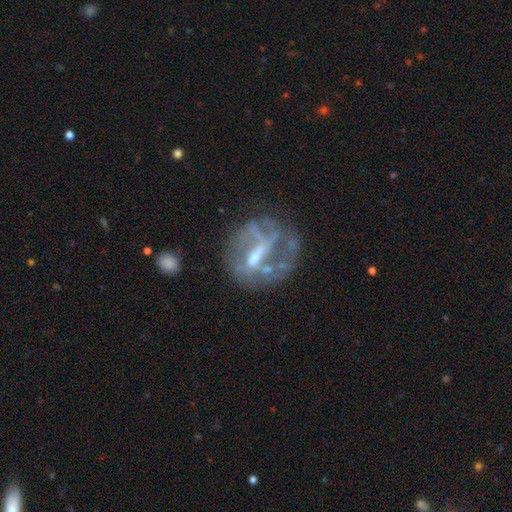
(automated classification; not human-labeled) smooth-or-featured: featured or disk: 72% | smooth: 16% | star or artifact: 12%
  disk-edge-on: no: 96% | yes: 4%
    bar: weak: 39% | no: 34% | strong: 27%
    has-spiral-arms: no: 58% | yes: 42%
    bulge-size: small: 40% | moderate: 33% | none: 22% | large: 3% | dominant: 1%
  merging: none: 42% | major disturbance: 31% | minor disturbance: 18% | merger: 8%